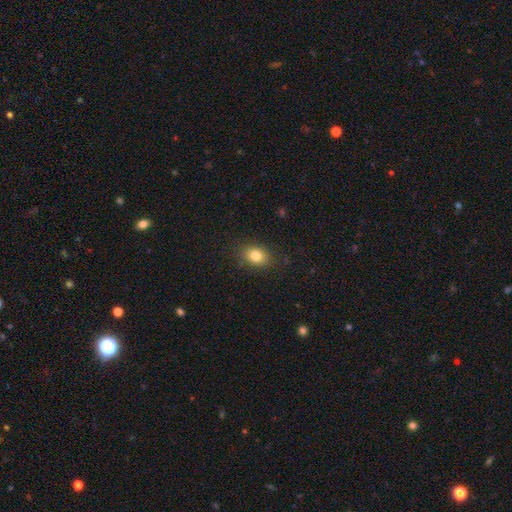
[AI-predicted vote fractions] The model was most divided on "how rounded": in between: 69%, round: 30%, cigar-shaped: 1%. More confident: merging — none (86%); smooth or featured — smooth (82%).